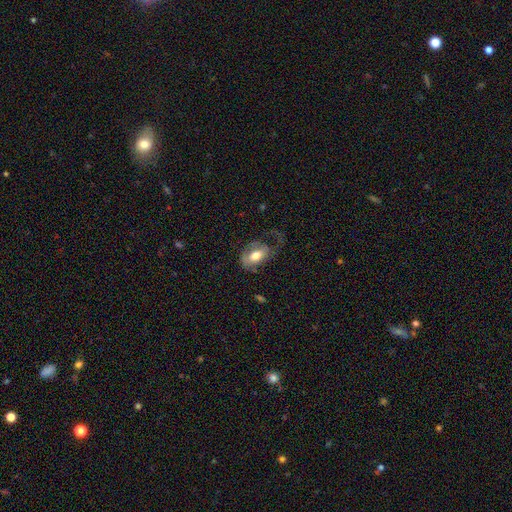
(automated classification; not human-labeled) Morphology: type=smooth (58%); roundness=in between (88%); merging=major disturbance (44%).